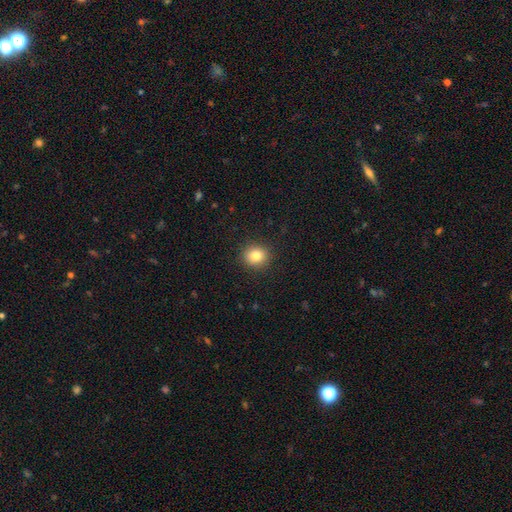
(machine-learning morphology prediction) Smooth or featured? Predicted: smooth (p=0.82). How rounded? Predicted: round (p=0.84). Merging? Predicted: none (p=0.91).